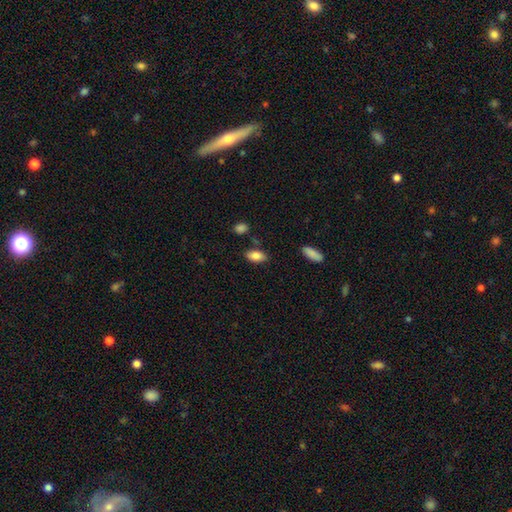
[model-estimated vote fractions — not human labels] Q: Smooth or featured?
A: smooth (86%); runner-up: featured or disk (7%)
Q: How rounded?
A: in between (91%); runner-up: cigar-shaped (6%)
Q: Merging?
A: none (81%); runner-up: minor disturbance (12%)